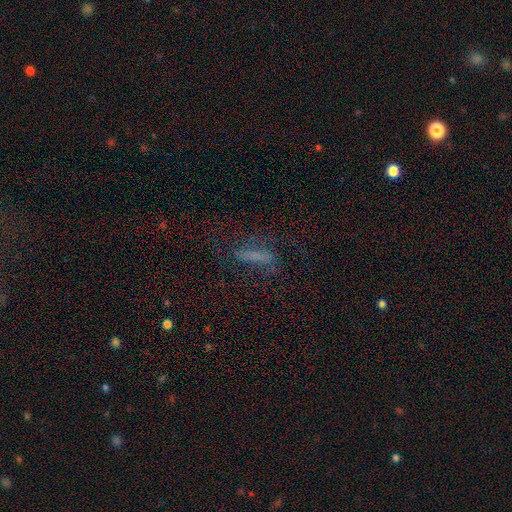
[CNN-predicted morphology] smooth_or_featured: smooth (p=0.48) [alt: featured or disk p=0.35]
merging: none (p=0.61) [alt: major disturbance p=0.19]